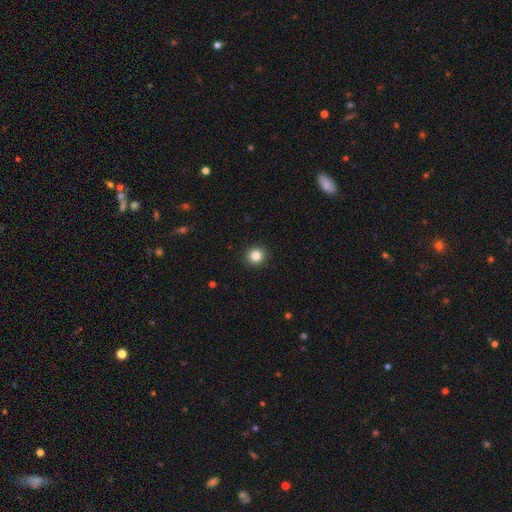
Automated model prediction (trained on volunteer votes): A smooth galaxy with no disk features (83%) that is round (93%). Merging: none (93%).